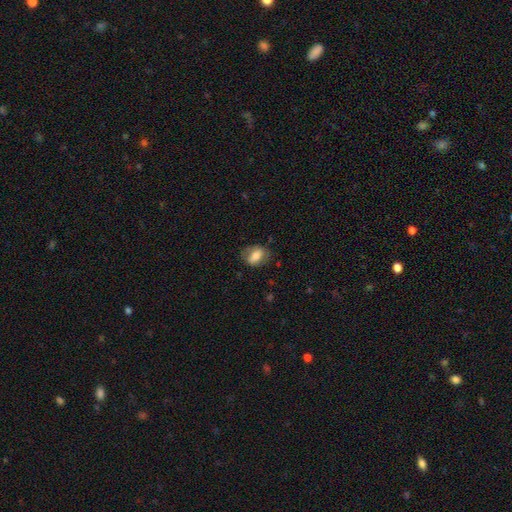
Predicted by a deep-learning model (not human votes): Overall: smooth (66%; featured or disk 27%). How rounded: in between (76%). Merging: none (66%).